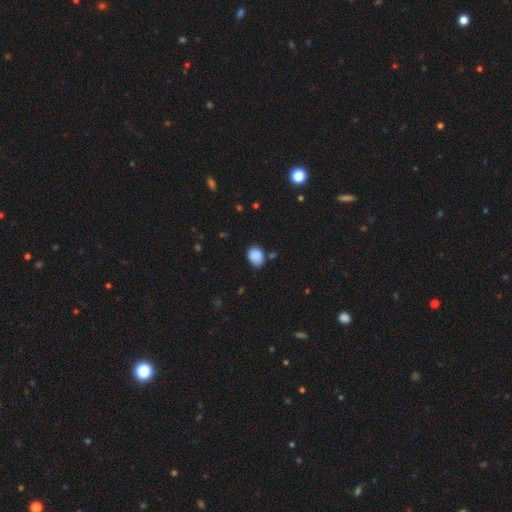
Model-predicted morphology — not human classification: Overall: smooth (87%). How rounded: in between (68%; round 31%). Merging: none (70%).